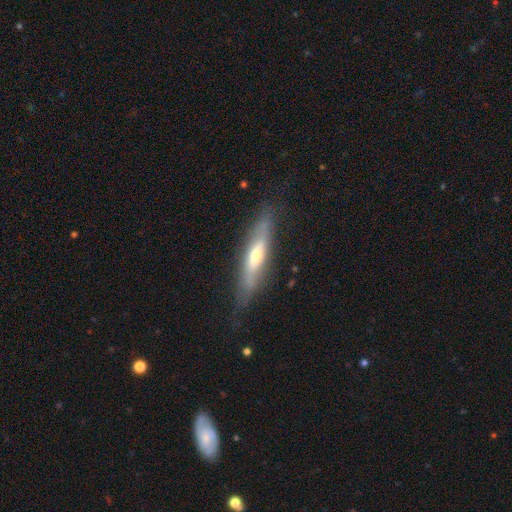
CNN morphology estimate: smooth_or_featured: featured or disk (p=0.52) [alt: smooth p=0.42]
disk_edge_on: yes (p=0.72) [alt: no p=0.28]
merging: none (p=0.78) [alt: minor disturbance p=0.17]